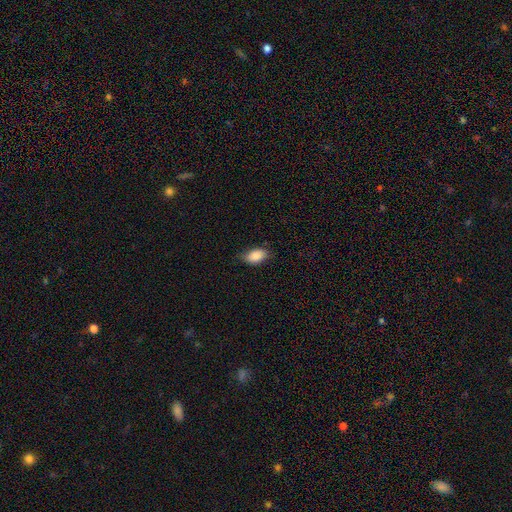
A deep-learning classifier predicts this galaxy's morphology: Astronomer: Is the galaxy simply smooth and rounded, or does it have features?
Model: smooth — 86%.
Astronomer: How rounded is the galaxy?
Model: in between — 91%.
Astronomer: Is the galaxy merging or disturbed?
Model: none — 78%.